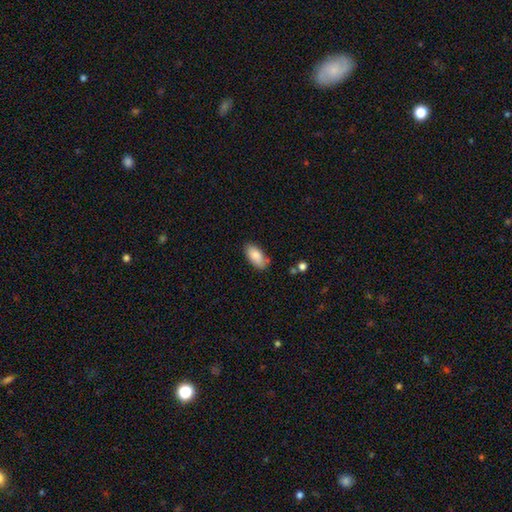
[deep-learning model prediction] Smooth or featured?
  - smooth: 86% *
  - featured or disk: 7%
  - star or artifact: 7%
How rounded?
  - in between: 91% *
  - cigar-shaped: 6%
  - round: 2%
Merging?
  - none: 73% *
  - minor disturbance: 20%
  - major disturbance: 4%
  - merger: 3%